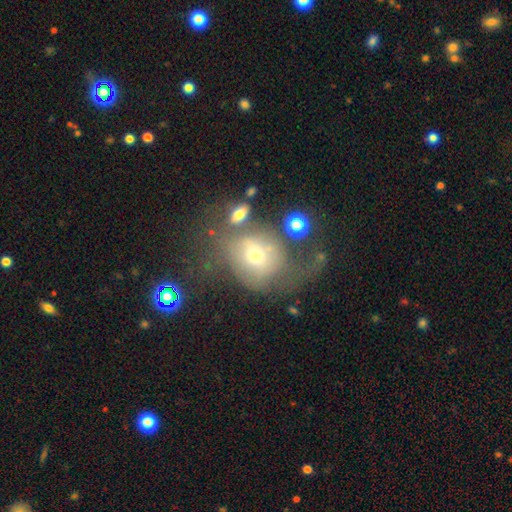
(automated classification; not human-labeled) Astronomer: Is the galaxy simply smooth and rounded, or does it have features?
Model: smooth — 48% (runner-up: featured or disk, 38%).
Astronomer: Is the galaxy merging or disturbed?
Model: major disturbance — 38% (runner-up: none, 29%).